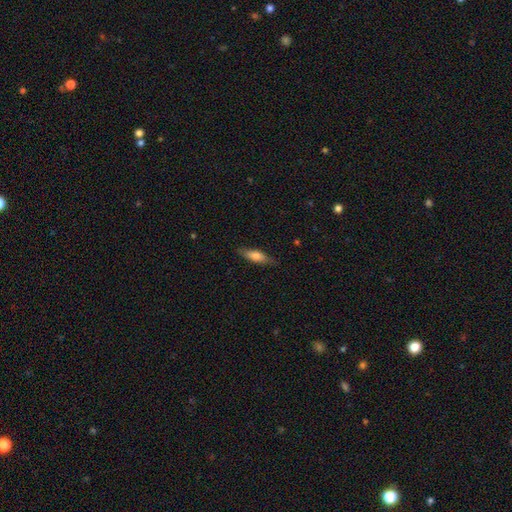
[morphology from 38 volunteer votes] Smooth or featured? smooth (61%)
How rounded? in between (65%)
Merging? none (89%)